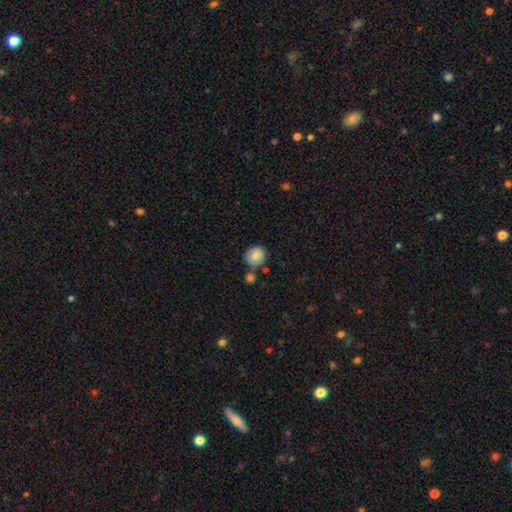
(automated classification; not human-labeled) Q: Smooth or featured?
A: smooth (84%); runner-up: featured or disk (8%)
Q: How rounded?
A: round (82%); runner-up: in between (17%)
Q: Merging?
A: none (68%); runner-up: merger (15%)